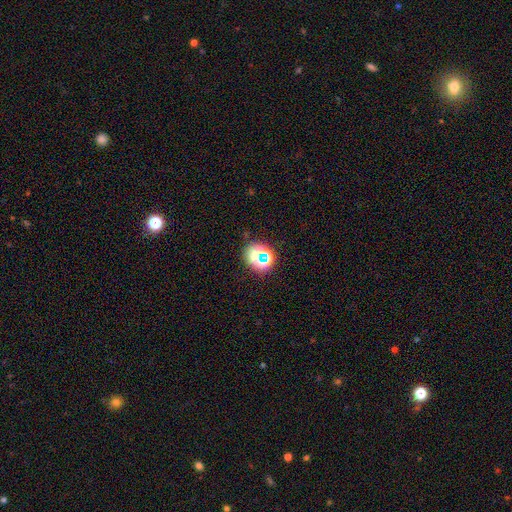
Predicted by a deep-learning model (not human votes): smooth-or-featured: star or artifact: 46% | smooth: 42% | featured or disk: 12%